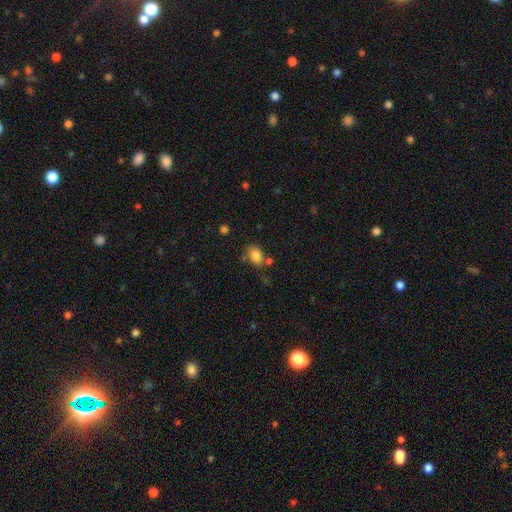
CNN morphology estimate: This is clearly a smooth galaxy (83%). How rounded: likely in between (72%). Merging: possibly none (58%).